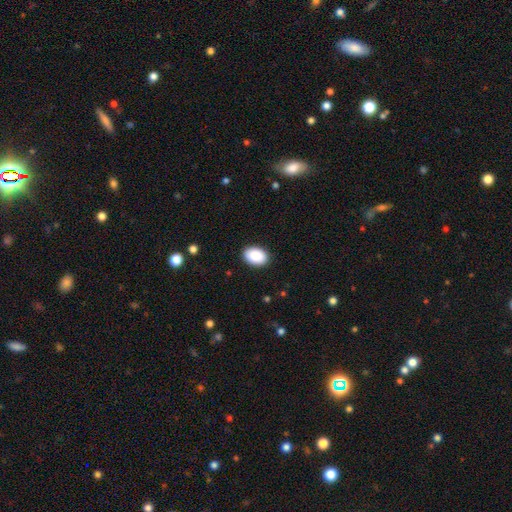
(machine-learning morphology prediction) smooth 89%, star or artifact 7%, featured or disk 4%. Down the decision tree: how rounded — in between (85%); merging — none (90%).